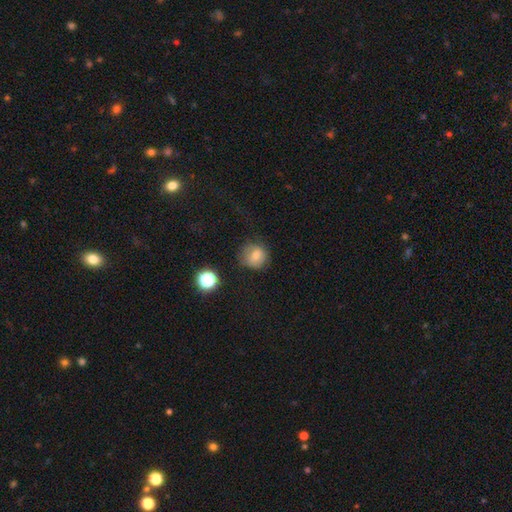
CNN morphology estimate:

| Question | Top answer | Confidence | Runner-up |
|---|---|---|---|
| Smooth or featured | smooth | 75% | star or artifact (13%) |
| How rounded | round | 83% | in between (16%) |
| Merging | none | 70% | minor disturbance (20%) |